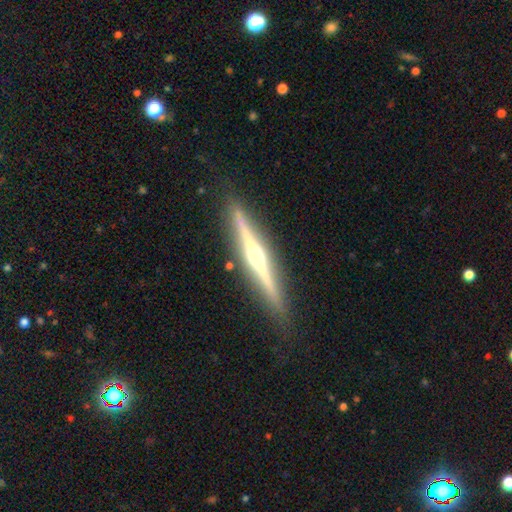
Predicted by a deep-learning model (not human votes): Smooth or featured: featured or disk — 82% (smooth — 13%)
Edge-on disk: yes — 98% (no — 2%)
Edge-on bulge: rounded — 92% (none — 5%)
Merging: none — 89% (minor disturbance — 8%)